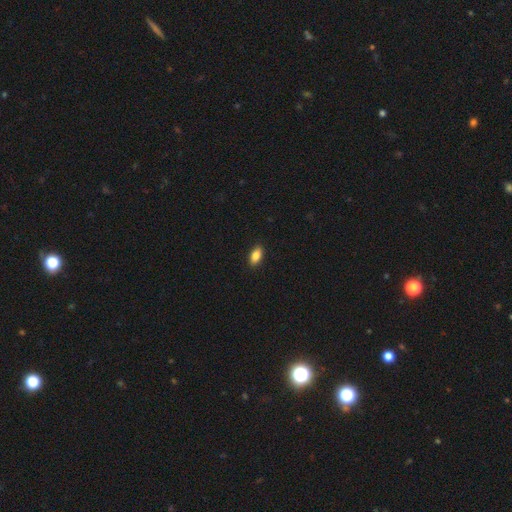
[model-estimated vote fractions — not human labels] Q: Smooth or featured?
A: smooth (86%); runner-up: star or artifact (8%)
Q: How rounded?
A: in between (90%); runner-up: round (5%)
Q: Merging?
A: none (90%); runner-up: minor disturbance (7%)